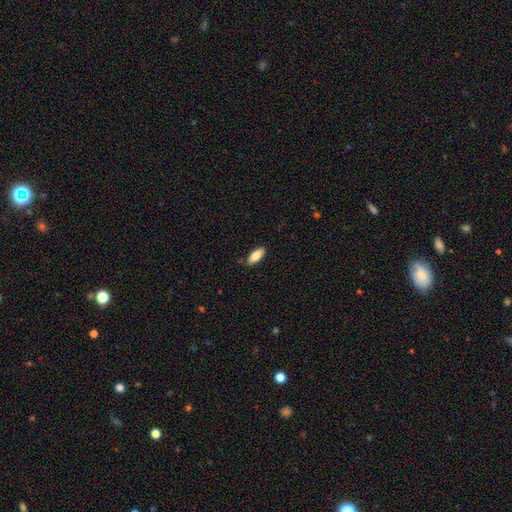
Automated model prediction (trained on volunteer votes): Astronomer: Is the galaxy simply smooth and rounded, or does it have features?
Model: smooth — 80%.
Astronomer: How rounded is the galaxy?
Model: in between — 78%.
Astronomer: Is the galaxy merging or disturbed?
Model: none — 86%.